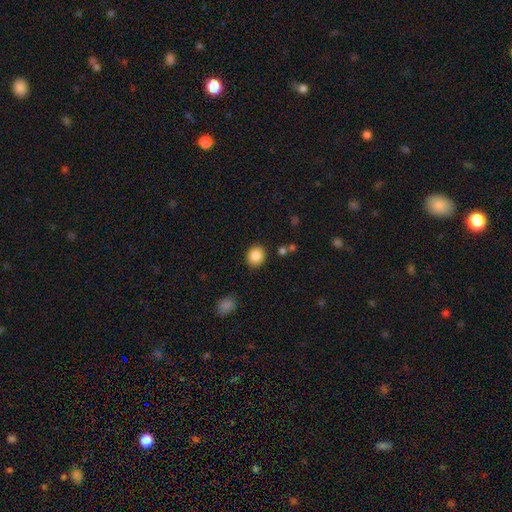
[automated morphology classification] This is clearly a smooth galaxy (86%). How rounded: likely round (77%). Merging: clearly none (89%).